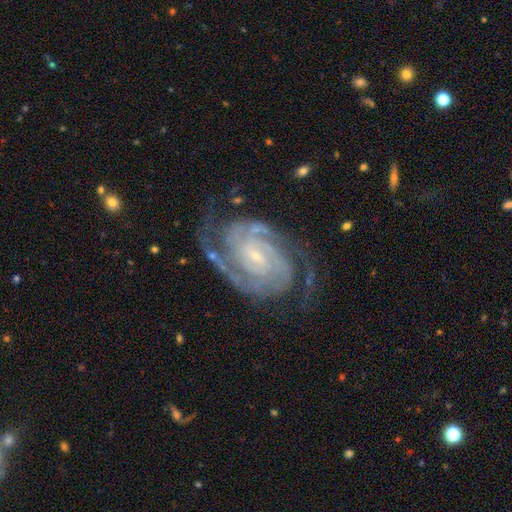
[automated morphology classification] featured or disk 93%, star or artifact 4%, smooth 3%. Down the decision tree: edge-on disk — no (98%); bar — no (48%); spiral arms — yes (99%); spiral arm count — 2 (75%); spiral winding — tight (68%); bulge size — small (78%); merging — none (75%).